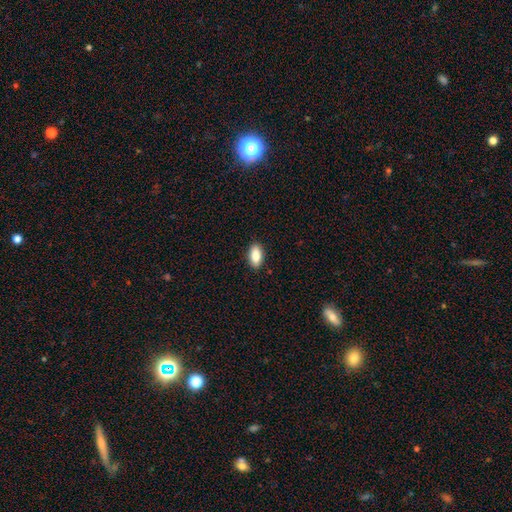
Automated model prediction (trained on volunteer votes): A smooth galaxy with no disk features (88%) that is in between round and cigar-shaped (91%). Merging: none (89%).